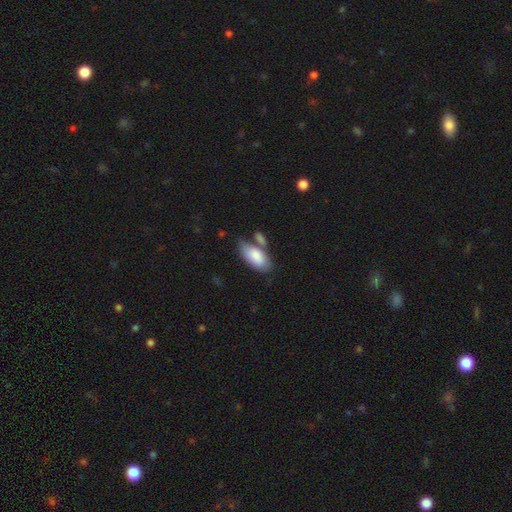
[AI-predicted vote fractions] Smooth or featured: smooth — 80% (featured or disk — 14%)
How rounded: in between — 92% (cigar-shaped — 6%)
Merging: none — 49% (merger — 24%)